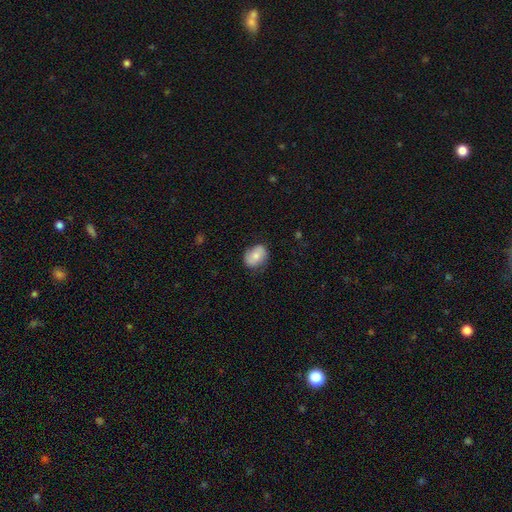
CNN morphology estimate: Smooth or featured? smooth (73%)
How rounded? in between (67%)
Merging? none (76%)